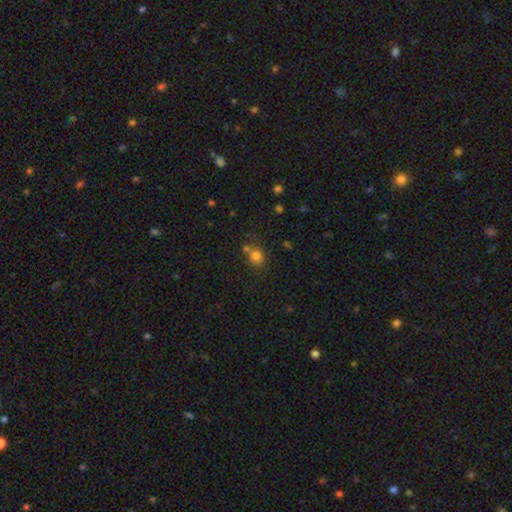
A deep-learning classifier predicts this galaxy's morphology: A smooth galaxy with no disk features (77%) that is round (72%).

Vote fractions:
- Smooth or featured? smooth: 77% / star or artifact: 14% / featured or disk: 8%
- How rounded? round: 72% / in between: 27% / cigar-shaped: 1%
- Merging? none: 59% / merger: 22% / minor disturbance: 14% / major disturbance: 5%